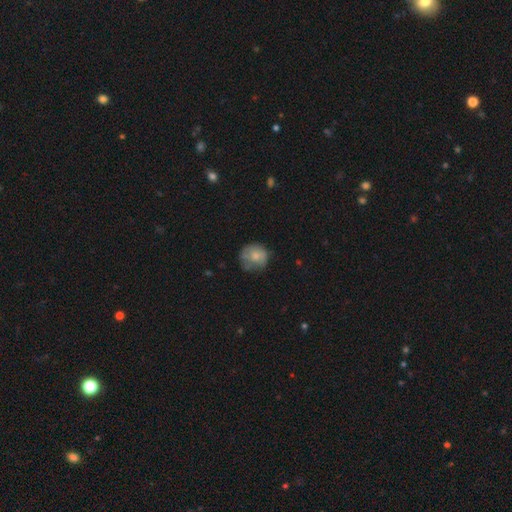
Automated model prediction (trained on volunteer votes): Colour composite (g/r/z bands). It shows a smooth galaxy with no disk features (66%) that is round (83%). Merging: none (59%).